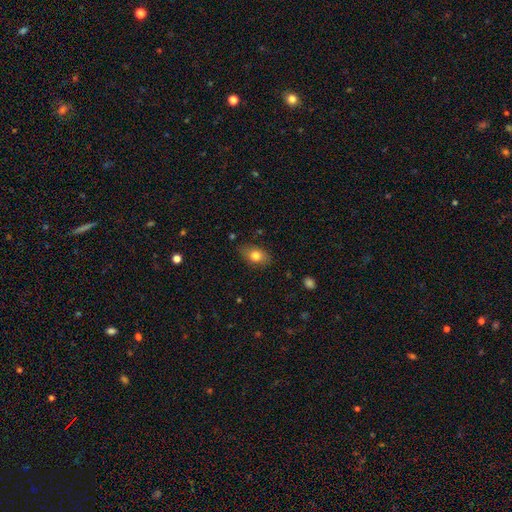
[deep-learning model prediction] Morphology: type=smooth (79%); roundness=in between (84%); merging=none (81%).